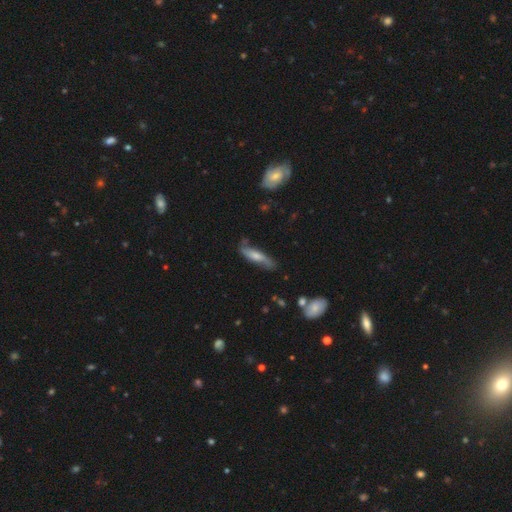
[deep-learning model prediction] smooth-or-featured: featured or disk: 48% | smooth: 45% | star or artifact: 7%
  merging: none: 64% | minor disturbance: 25% | major disturbance: 8% | merger: 3%